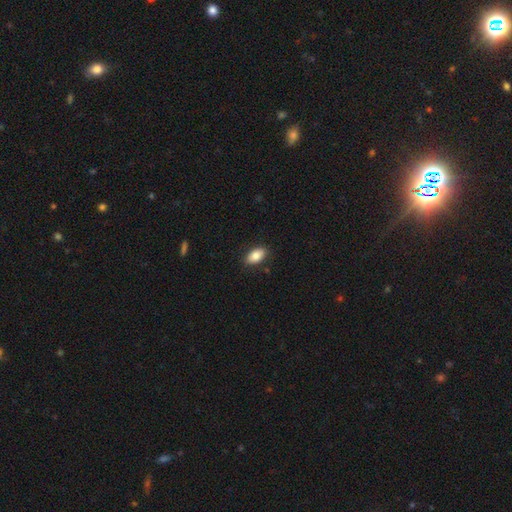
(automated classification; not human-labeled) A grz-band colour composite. It shows a smooth galaxy with no disk features (83%) that is in between round and cigar-shaped (92%). Merging: none (85%).